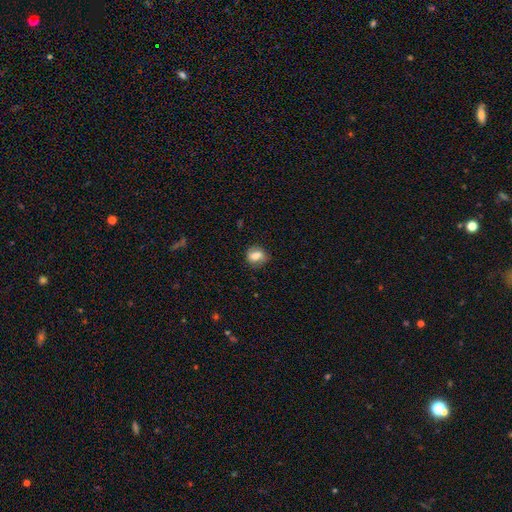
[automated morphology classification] type=smooth (67%); roundness=round (55%); merging=none (74%).